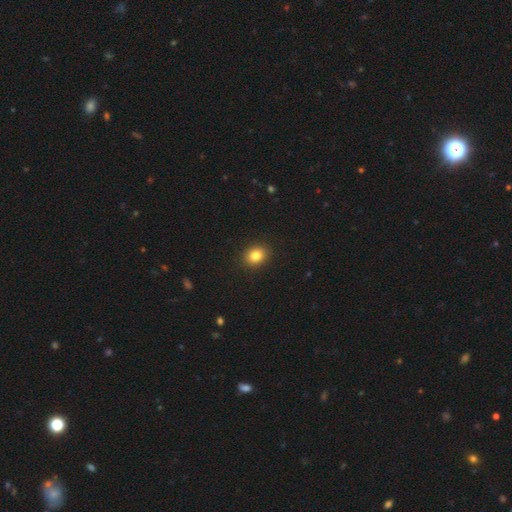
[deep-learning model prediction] smooth 83%, star or artifact 11%, featured or disk 6%. Down the decision tree: how rounded — round (58%); merging — none (91%).